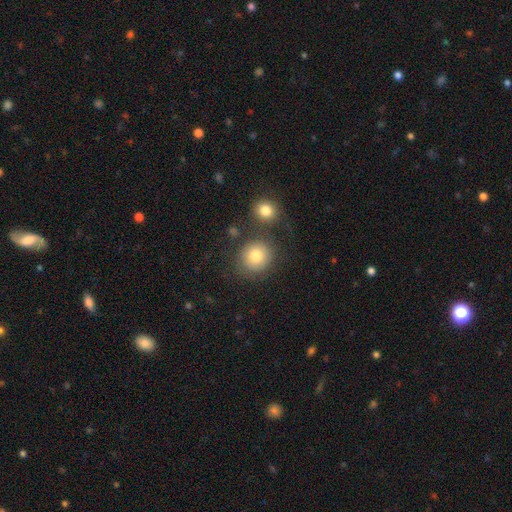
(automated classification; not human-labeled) A smooth galaxy with no disk features (79%) that is round (86%).

Vote fractions:
- Smooth or featured? smooth: 79% / featured or disk: 11% / star or artifact: 10%
- How rounded? round: 86% / in between: 13% / cigar-shaped: 1%
- Merging? none: 74% / merger: 11% / minor disturbance: 11% / major disturbance: 5%